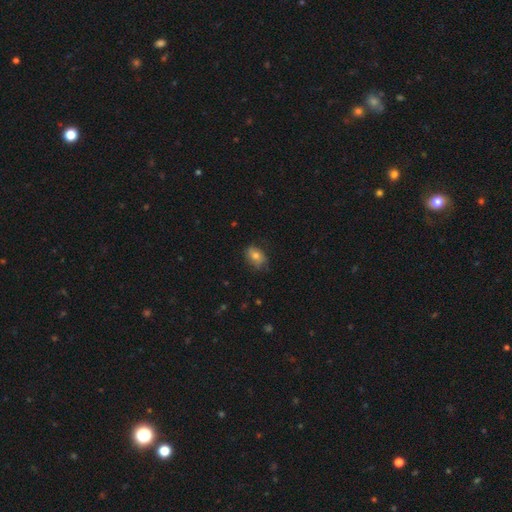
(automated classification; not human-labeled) The model was most divided on "merging": none: 68%, minor disturbance: 25%, major disturbance: 6%, merger: 1%. More confident: how rounded — in between (74%); smooth or featured — smooth (69%).